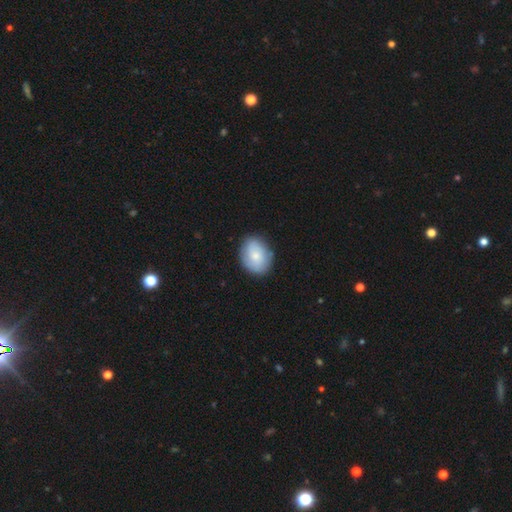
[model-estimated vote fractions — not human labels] Smooth or featured? smooth (68%)
How rounded? in between (57%)
Merging? none (80%)